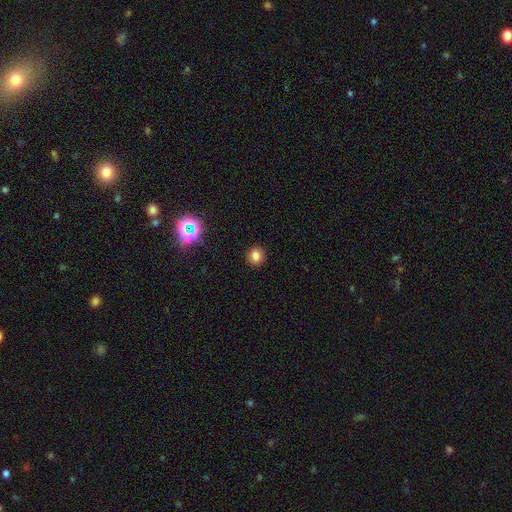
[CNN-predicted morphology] Smooth or featured: smooth — 78% (star or artifact — 15%)
How rounded: round — 84% (in between — 15%)
Merging: none — 91% (minor disturbance — 6%)